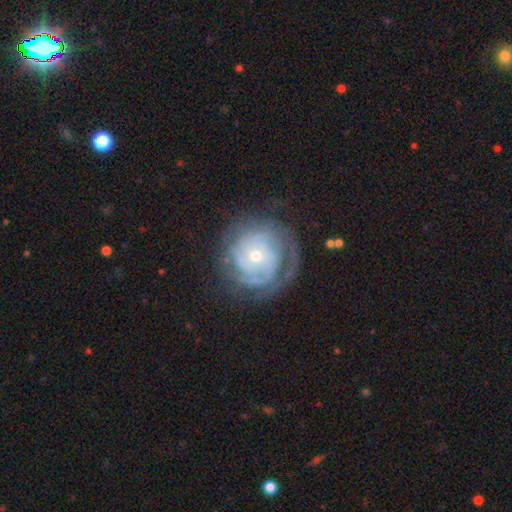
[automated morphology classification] This appears to be a featured or disk galaxy (80%) with no bar (79%), tight (71%) spiral arms (89%) and a small central bulge (51%). Merging: none (67%).